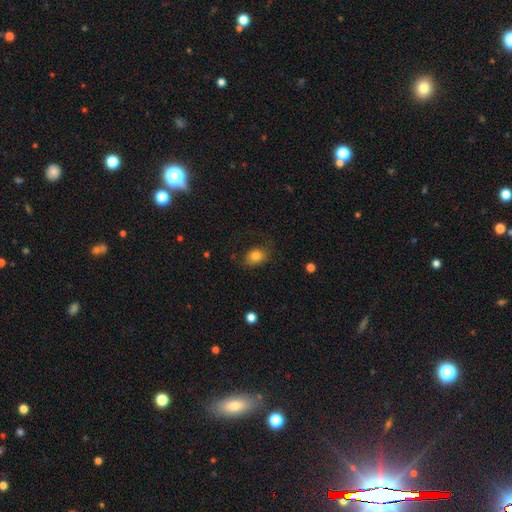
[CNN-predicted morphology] This appears to be a smooth galaxy with no disk features (82%) that is in between round and cigar-shaped (64%). Merging: none (74%).